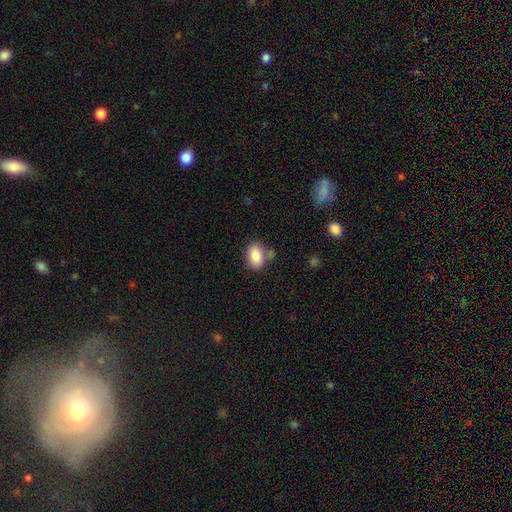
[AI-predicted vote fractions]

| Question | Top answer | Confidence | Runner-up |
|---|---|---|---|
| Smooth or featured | smooth | 86% | star or artifact (8%) |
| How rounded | in between | 85% | round (14%) |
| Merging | none | 68% | minor disturbance (15%) |